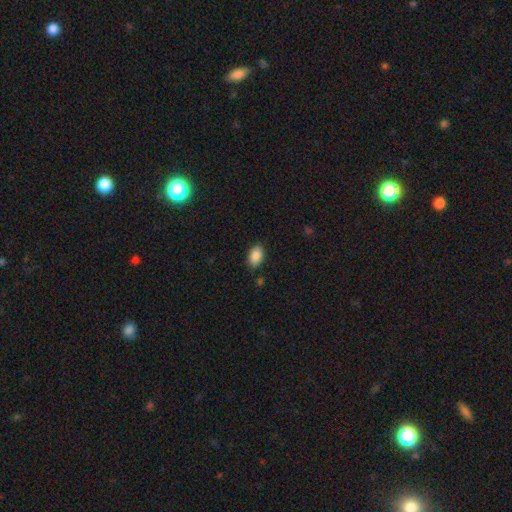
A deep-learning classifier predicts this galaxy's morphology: This is clearly a smooth galaxy (88%). How rounded: clearly in between (89%). Merging: clearly none (85%).